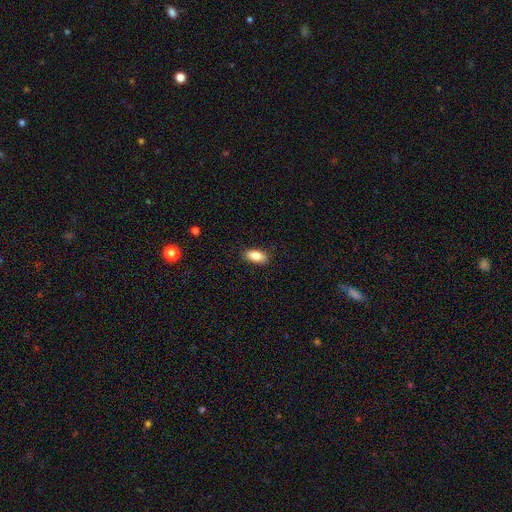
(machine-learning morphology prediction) This is clearly a smooth galaxy (86%). How rounded: clearly in between (90%). Merging: clearly none (88%).